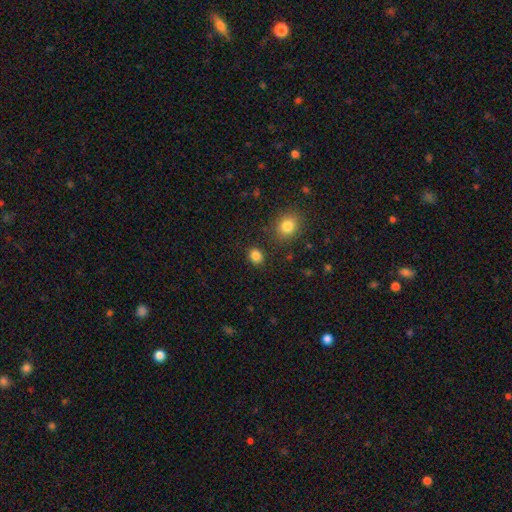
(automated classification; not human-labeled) Smooth or featured?
  - smooth: 84% *
  - star or artifact: 12%
  - featured or disk: 4%
How rounded?
  - round: 58% *
  - in between: 41%
  - cigar-shaped: 1%
Merging?
  - none: 85% *
  - minor disturbance: 8%
  - merger: 3%
  - major disturbance: 3%